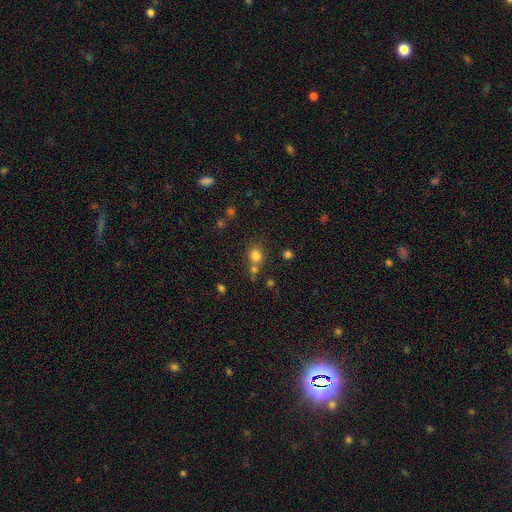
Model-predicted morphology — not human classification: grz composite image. It shows a smooth galaxy with no disk features (79%) that is round (66%). Merging: none (58%).